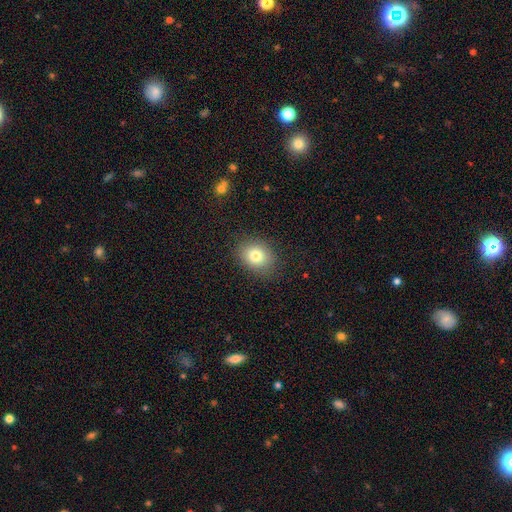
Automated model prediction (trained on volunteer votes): Q: Smooth or featured?
A: smooth (80%); runner-up: star or artifact (11%)
Q: How rounded?
A: round (52%); runner-up: in between (47%)
Q: Merging?
A: none (86%); runner-up: minor disturbance (10%)